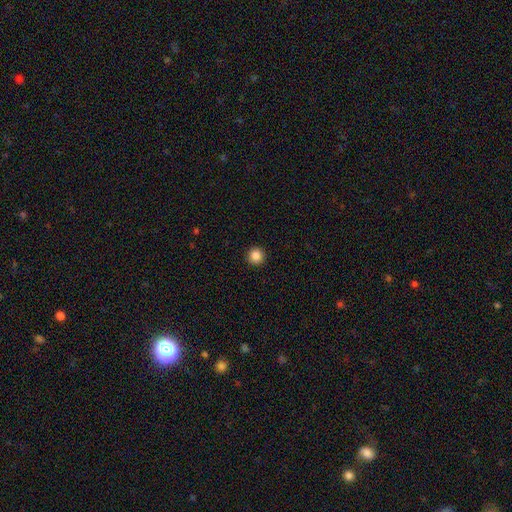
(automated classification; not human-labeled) Q: Smooth or featured?
A: smooth (86%); runner-up: star or artifact (10%)
Q: How rounded?
A: round (95%); runner-up: in between (4%)
Q: Merging?
A: none (93%); runner-up: minor disturbance (4%)